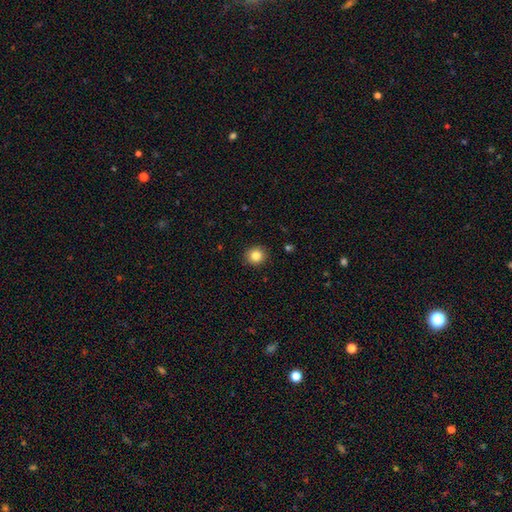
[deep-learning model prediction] Smooth or featured: smooth — 84% (star or artifact — 10%)
How rounded: round — 90% (in between — 9%)
Merging: none — 92% (minor disturbance — 6%)